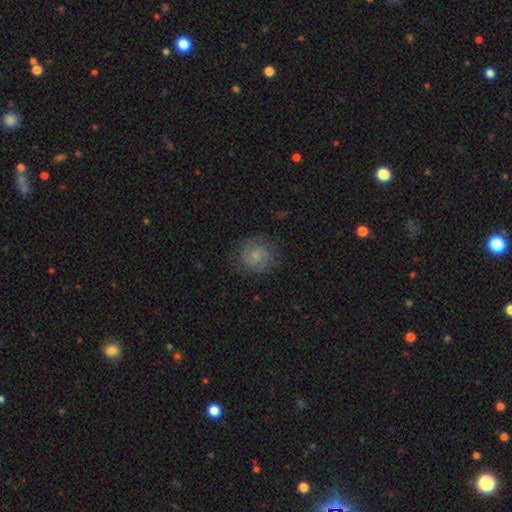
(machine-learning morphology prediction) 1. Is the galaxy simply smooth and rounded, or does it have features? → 62% featured or disk, 29% smooth, 9% star or artifact.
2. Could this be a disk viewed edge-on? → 98% no, 2% yes.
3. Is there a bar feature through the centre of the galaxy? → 63% no, 32% weak, 5% strong.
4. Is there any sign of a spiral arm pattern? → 92% yes, 8% no.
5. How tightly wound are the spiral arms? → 48% tight, 40% medium, 12% loose.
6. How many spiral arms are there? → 75% 2, 13% can't tell, 5% 3, 3% 1, 2% 4, 2% more than 4.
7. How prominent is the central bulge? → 59% small, 22% moderate, 16% none, 2% large, 1% dominant.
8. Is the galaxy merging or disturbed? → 78% none, 15% minor disturbance, 6% major disturbance, 1% merger.